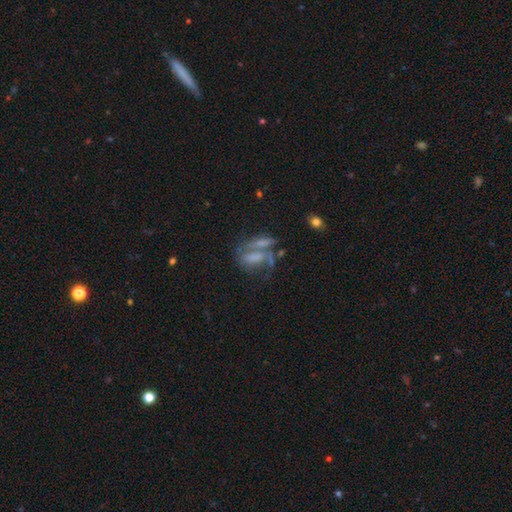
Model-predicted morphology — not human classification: This is possibly a featured or disk galaxy (51%). It is clearly not viewed edge-on (89%). Merging: marginally merger (34%).